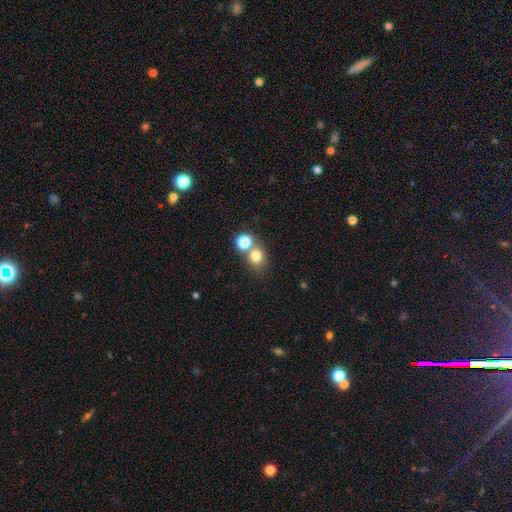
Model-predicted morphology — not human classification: This appears to be a smooth galaxy with no disk features (73%) that is round (75%). Merging: none (60%).